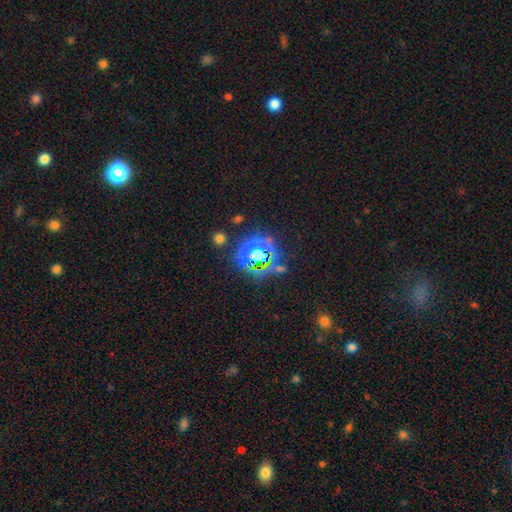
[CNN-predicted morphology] smooth_or_featured: star or artifact (p=0.56) [alt: smooth p=0.33]